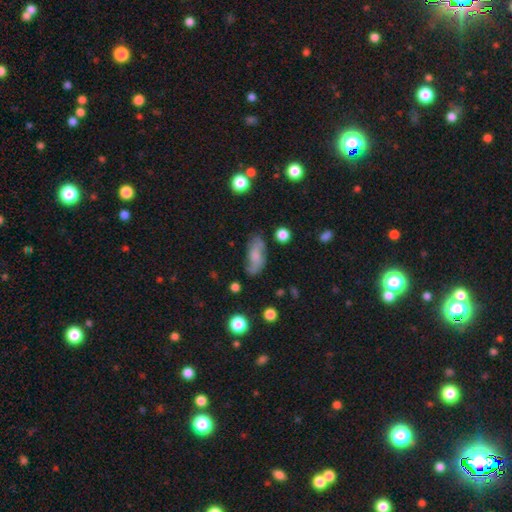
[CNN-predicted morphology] smooth_or_featured: smooth (p=0.54) [alt: featured or disk p=0.37]
how_rounded: in between (p=0.80) [alt: cigar-shaped p=0.16]
merging: none (p=0.64) [alt: minor disturbance p=0.24]